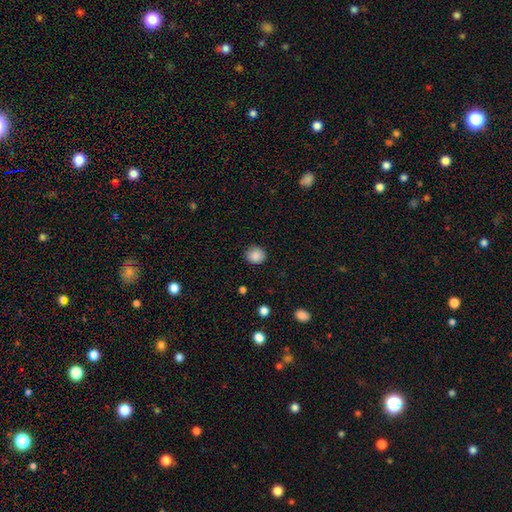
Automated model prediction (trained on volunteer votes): This appears to be a smooth galaxy with no disk features (87%) that is round (79%). Merging: none (86%).